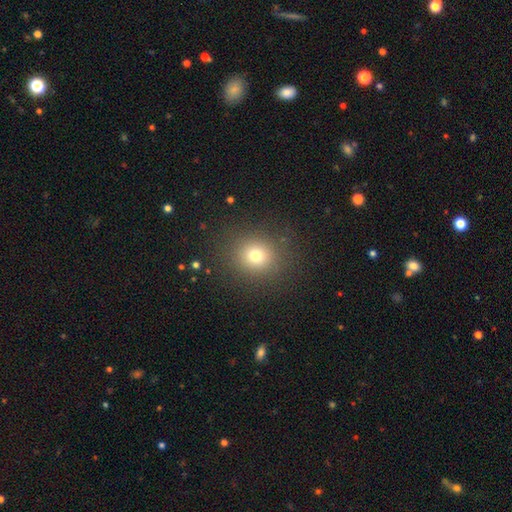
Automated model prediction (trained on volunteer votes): This is likely a smooth galaxy (74%). How rounded: clearly round (85%). Merging: clearly none (87%).